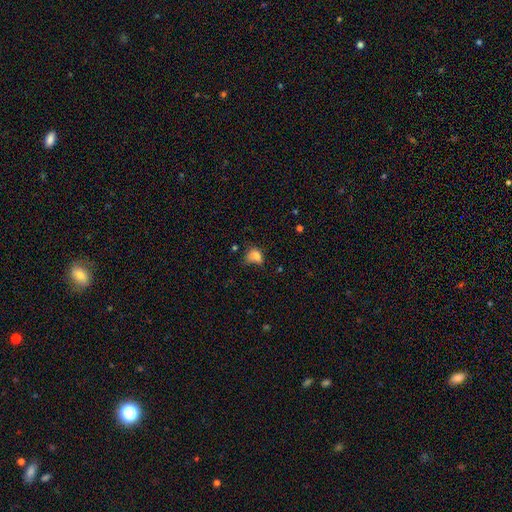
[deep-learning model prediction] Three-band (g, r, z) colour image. It shows a smooth galaxy with no disk features (76%) that is in between round and cigar-shaped (64%). Merging: minor disturbance (34%).